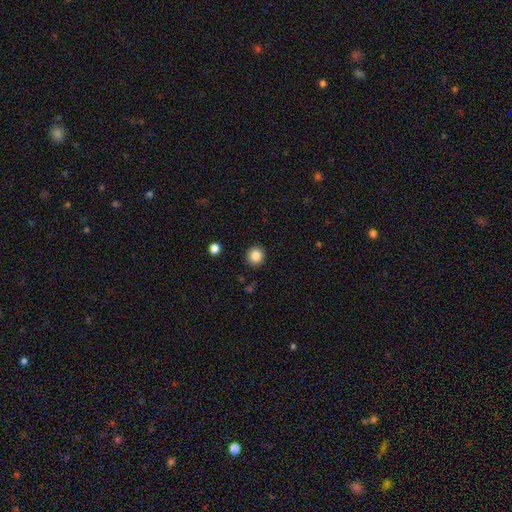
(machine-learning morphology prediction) Smooth or featured? Predicted: smooth (p=0.86). How rounded? Predicted: round (p=0.93). Merging? Predicted: none (p=0.91).